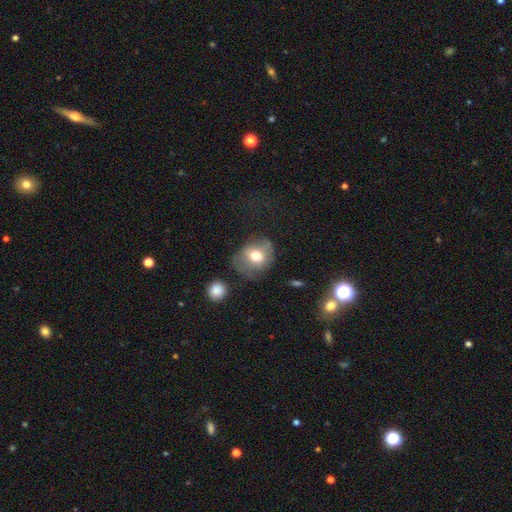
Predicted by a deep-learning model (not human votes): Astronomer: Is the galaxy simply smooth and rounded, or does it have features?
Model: smooth — 68%.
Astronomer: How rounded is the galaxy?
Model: round — 69%.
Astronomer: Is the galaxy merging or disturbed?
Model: none — 53%.